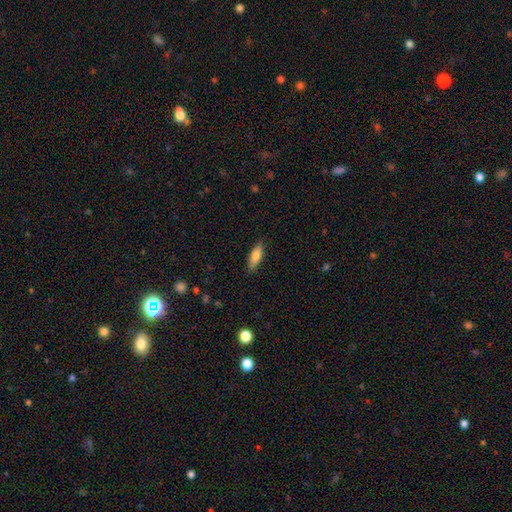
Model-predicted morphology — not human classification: Overall: smooth (77%). How rounded: in between (58%; cigar-shaped 39%). Merging: none (85%).